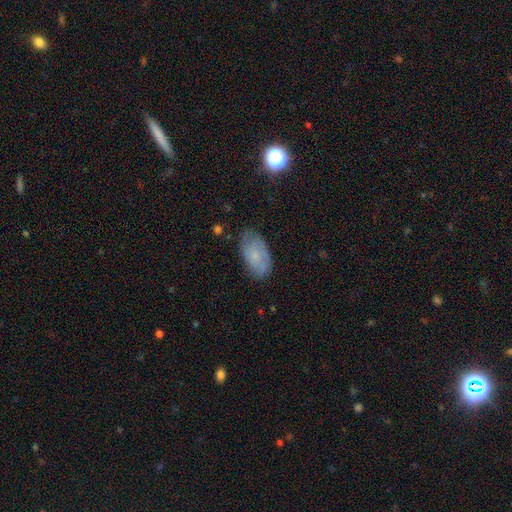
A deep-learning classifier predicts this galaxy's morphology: A smooth galaxy with no disk features (61%) that is in between round and cigar-shaped (93%).

Vote fractions:
- Smooth or featured? smooth: 61% / featured or disk: 30% / star or artifact: 9%
- How rounded? in between: 93% / round: 5% / cigar-shaped: 3%
- Merging? none: 71% / minor disturbance: 23% / major disturbance: 5% / merger: 2%